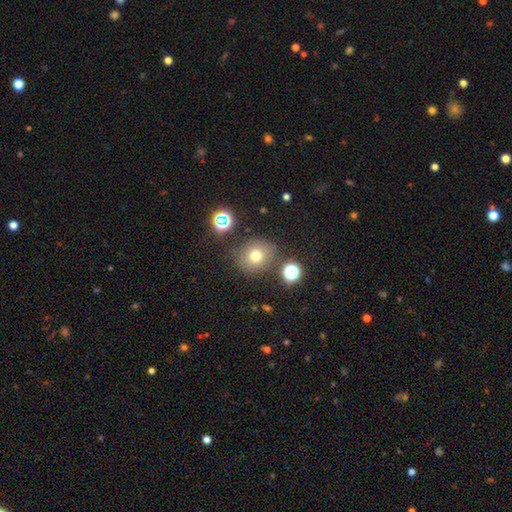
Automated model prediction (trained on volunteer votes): Q: Smooth or featured?
A: smooth (70%); runner-up: star or artifact (19%)
Q: How rounded?
A: round (88%); runner-up: in between (11%)
Q: Merging?
A: none (79%); runner-up: minor disturbance (11%)